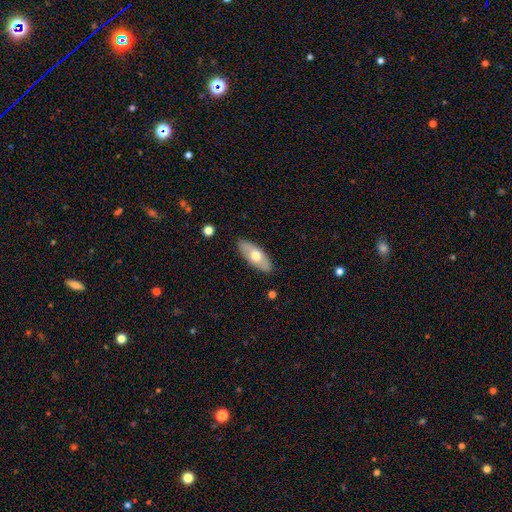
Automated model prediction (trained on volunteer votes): smooth 55%, featured or disk 39%, star or artifact 5%. Down the decision tree: how rounded — in between (82%); merging — none (87%).